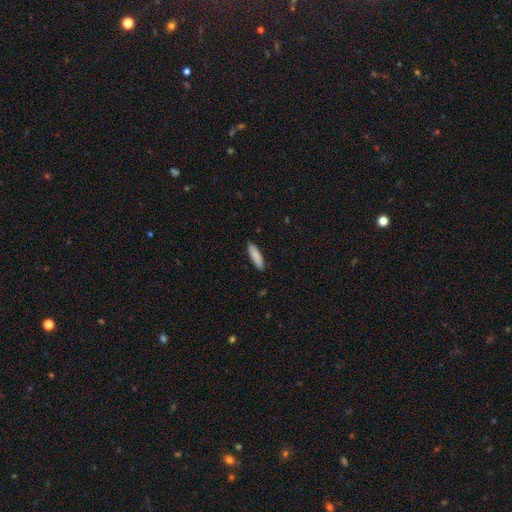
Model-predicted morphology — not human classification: smooth-or-featured: smooth: 87% | featured or disk: 7% | star or artifact: 6%
  how-rounded: cigar-shaped: 61% | in between: 38% | round: 1%
  merging: none: 87% | minor disturbance: 10% | major disturbance: 2% | merger: 1%